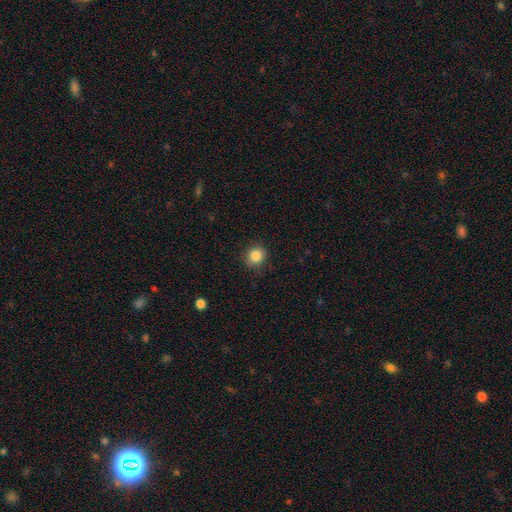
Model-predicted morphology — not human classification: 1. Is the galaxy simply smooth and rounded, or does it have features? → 85% smooth, 10% star or artifact, 4% featured or disk.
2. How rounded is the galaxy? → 84% round, 15% in between, 1% cigar-shaped.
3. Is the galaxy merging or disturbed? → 86% none, 10% minor disturbance, 3% major disturbance, 1% merger.